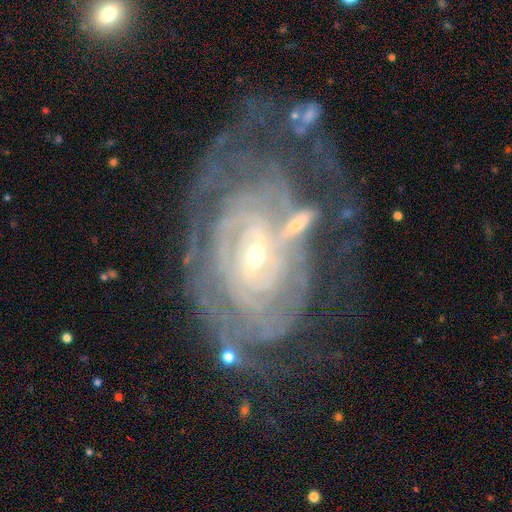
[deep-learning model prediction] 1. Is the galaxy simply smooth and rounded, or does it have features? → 86% featured or disk, 7% smooth, 7% star or artifact.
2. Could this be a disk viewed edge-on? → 96% no, 4% yes.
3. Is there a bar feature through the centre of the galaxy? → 43% no, 38% weak, 19% strong.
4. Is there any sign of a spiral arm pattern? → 90% yes, 10% no.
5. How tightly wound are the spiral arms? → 76% tight, 18% medium, 5% loose.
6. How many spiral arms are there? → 49% can't tell, 16% 2, 11% 3, 11% 4, 8% more than 4, 5% 1.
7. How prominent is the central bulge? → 77% small, 18% moderate, 2% large, 1% none, 1% dominant.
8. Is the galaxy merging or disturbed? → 46% none, 23% major disturbance, 23% minor disturbance, 9% merger.